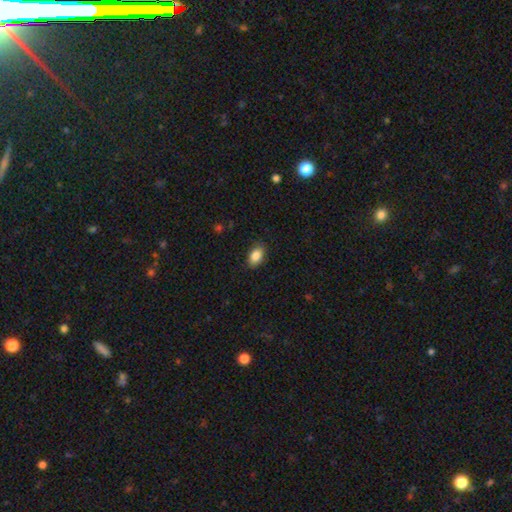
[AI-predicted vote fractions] Smooth or featured?
  - smooth: 87% *
  - star or artifact: 8%
  - featured or disk: 5%
How rounded?
  - in between: 89% *
  - round: 9%
  - cigar-shaped: 2%
Merging?
  - none: 87% *
  - minor disturbance: 10%
  - major disturbance: 2%
  - merger: 1%